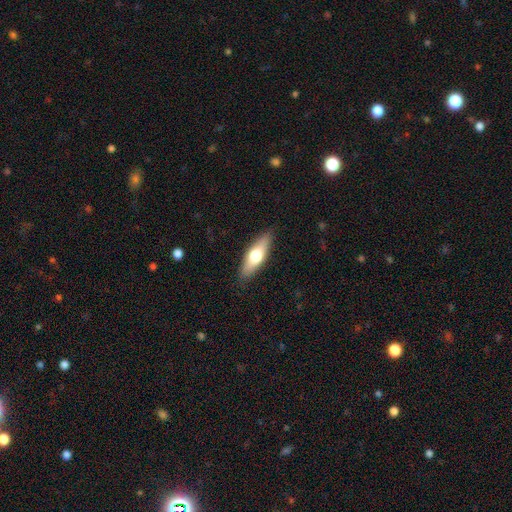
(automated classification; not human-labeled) Overall: smooth (58%; featured or disk 36%). How rounded: in between (53%; cigar-shaped 44%). Merging: none (87%).